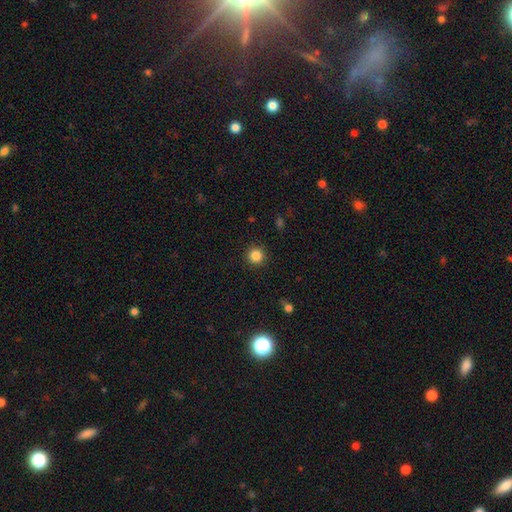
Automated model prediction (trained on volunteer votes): Morphology: type=smooth (85%); roundness=round (95%); merging=none (92%).